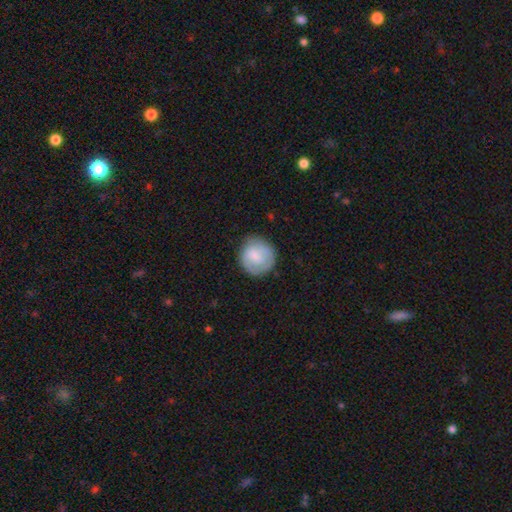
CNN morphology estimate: A smooth galaxy with no disk features (68%) that is round (88%).

Vote fractions:
- Smooth or featured? smooth: 68% / featured or disk: 26% / star or artifact: 6%
- How rounded? round: 88% / in between: 11% / cigar-shaped: 1%
- Merging? none: 76% / minor disturbance: 17% / major disturbance: 6% / merger: 1%